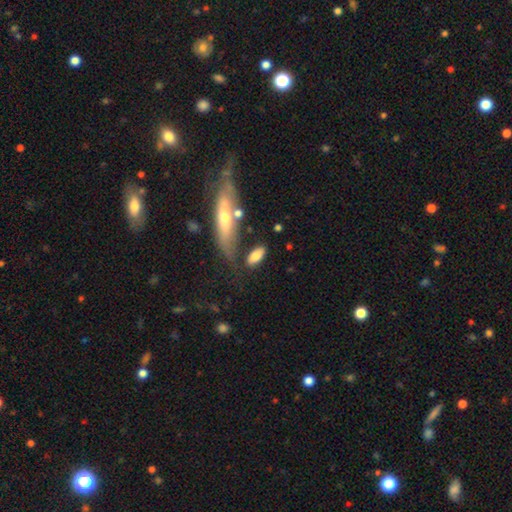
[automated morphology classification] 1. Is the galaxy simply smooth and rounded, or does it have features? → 77% smooth, 16% featured or disk, 7% star or artifact.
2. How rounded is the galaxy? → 81% in between, 16% cigar-shaped, 3% round.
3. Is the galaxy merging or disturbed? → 63% none, 18% minor disturbance, 11% merger, 8% major disturbance.